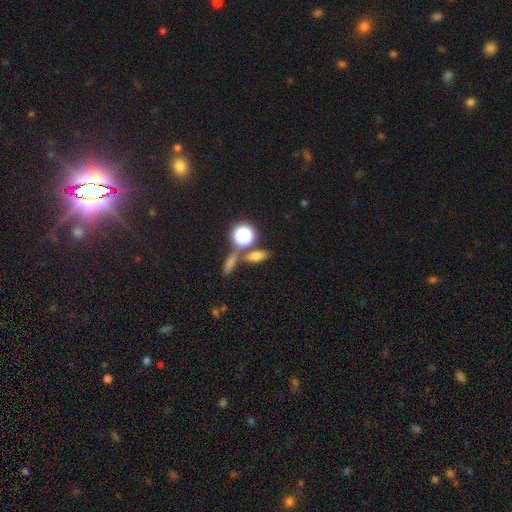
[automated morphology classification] Smooth or featured? Predicted: smooth (p=0.66). How rounded? Predicted: in between (p=0.54). Merging? Predicted: none (p=0.64).